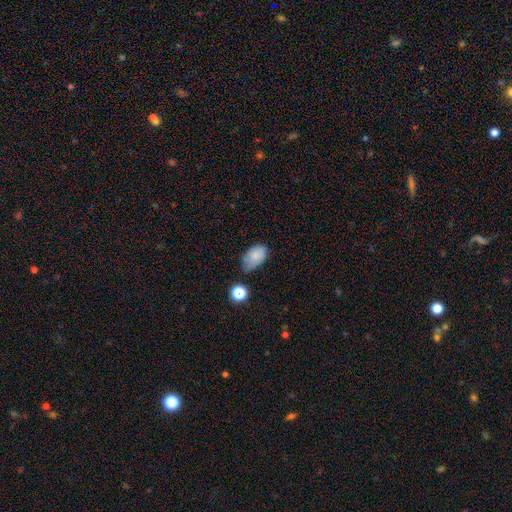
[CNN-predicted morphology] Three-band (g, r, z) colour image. It shows a smooth galaxy with no disk features (80%) that is in between round and cigar-shaped (89%). Merging: none (54%).